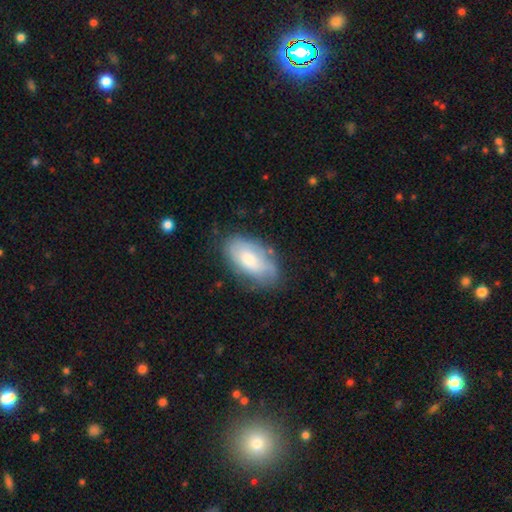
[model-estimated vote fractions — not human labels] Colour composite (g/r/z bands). It shows a smooth galaxy with no disk features (58%) that is in between round and cigar-shaped (93%). Merging: none (68%).